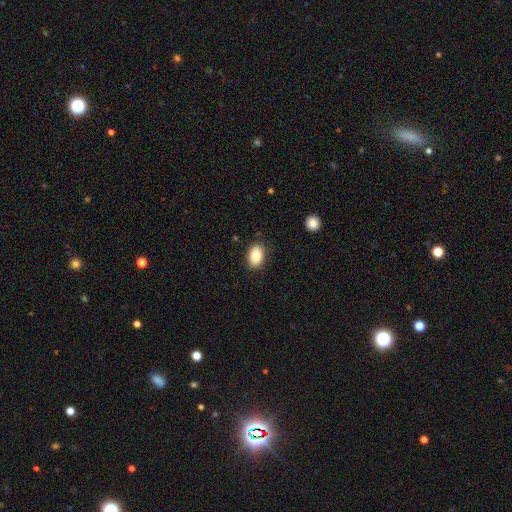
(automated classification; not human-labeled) A smooth galaxy with no disk features (84%) that is in between round and cigar-shaped (87%).

Vote fractions:
- Smooth or featured? smooth: 84% / featured or disk: 9% / star or artifact: 8%
- How rounded? in between: 87% / round: 12% / cigar-shaped: 1%
- Merging? none: 87% / minor disturbance: 10% / major disturbance: 2% / merger: 1%